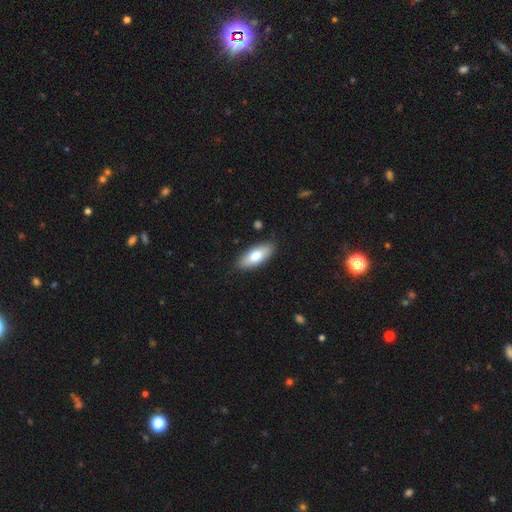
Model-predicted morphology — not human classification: Q: Smooth or featured?
A: smooth (72%); runner-up: featured or disk (22%)
Q: How rounded?
A: in between (79%); runner-up: cigar-shaped (19%)
Q: Merging?
A: none (88%); runner-up: minor disturbance (9%)